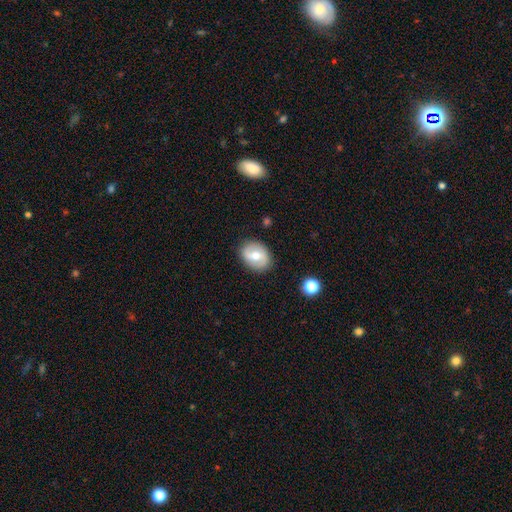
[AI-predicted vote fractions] This is possibly a smooth galaxy (48%). Merging: clearly none (85%).